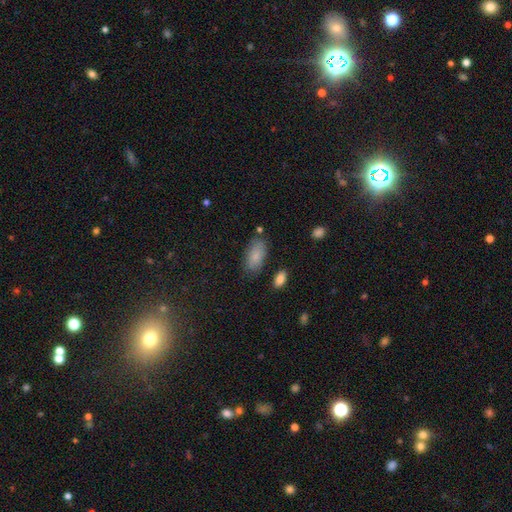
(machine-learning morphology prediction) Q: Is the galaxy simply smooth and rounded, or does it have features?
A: smooth — 84%.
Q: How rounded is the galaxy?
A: in between — 92%.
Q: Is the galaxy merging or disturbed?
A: none — 75%.